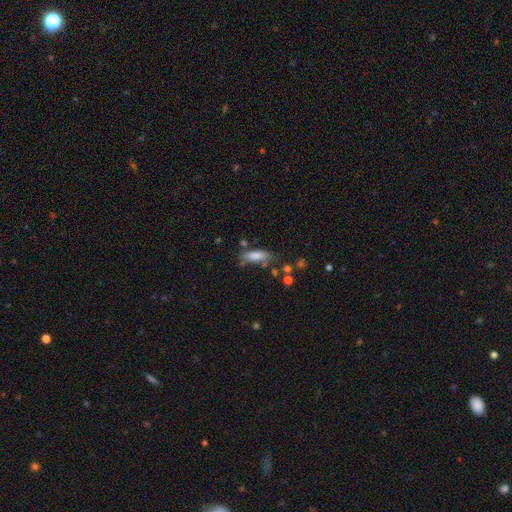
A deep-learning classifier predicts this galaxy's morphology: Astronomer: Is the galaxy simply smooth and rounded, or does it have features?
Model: smooth — 79%.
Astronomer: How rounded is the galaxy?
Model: in between — 59% (runner-up: cigar-shaped, 39%).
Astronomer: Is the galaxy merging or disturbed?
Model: none — 62%.